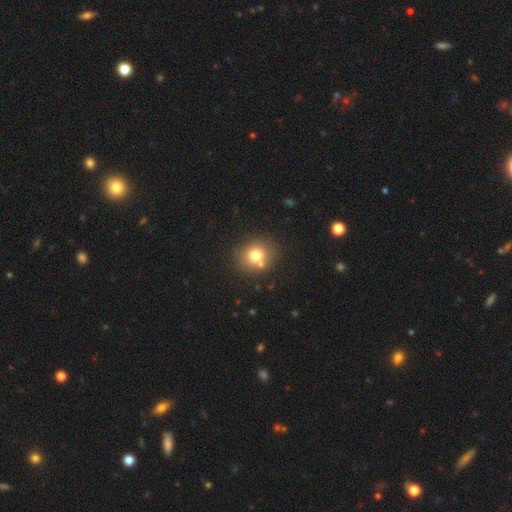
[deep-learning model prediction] smooth 74%, star or artifact 13%, featured or disk 13%. Down the decision tree: how rounded — round (79%); merging — none (70%).